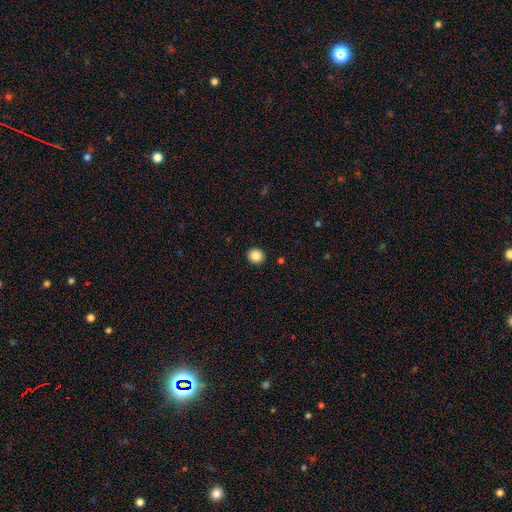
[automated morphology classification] type=smooth (87%); roundness=round (89%); merging=none (92%).